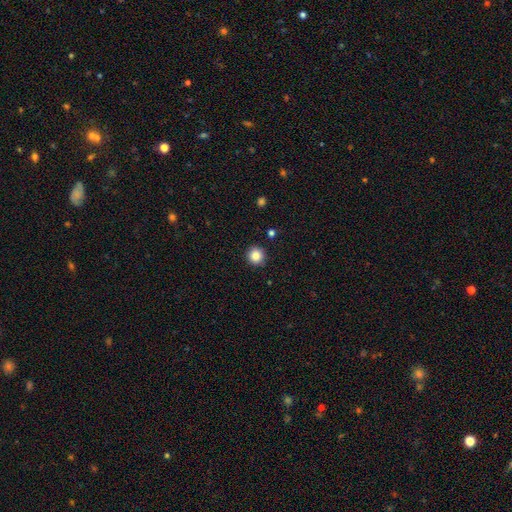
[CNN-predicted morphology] The model was most divided on "smooth or featured": smooth: 86%, star or artifact: 10%, featured or disk: 4%. More confident: how rounded — round (95%); merging — none (92%).